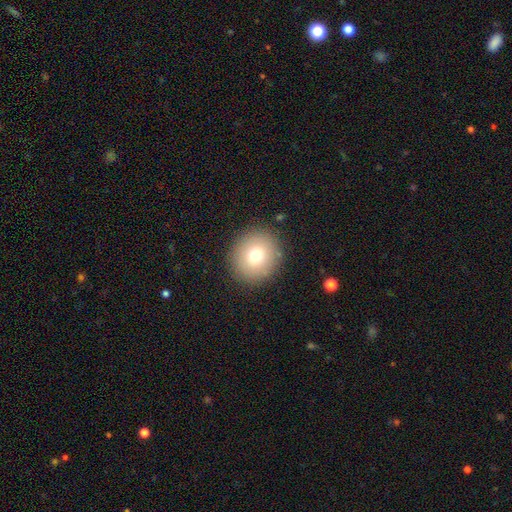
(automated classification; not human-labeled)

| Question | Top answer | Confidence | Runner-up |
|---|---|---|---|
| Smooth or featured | smooth | 74% | featured or disk (14%) |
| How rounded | round | 89% | in between (10%) |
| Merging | none | 90% | minor disturbance (7%) |